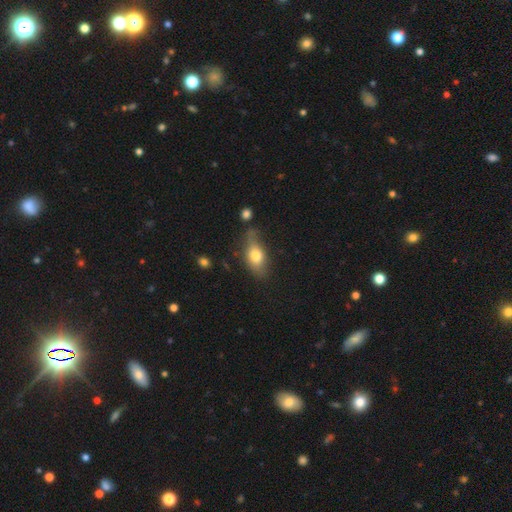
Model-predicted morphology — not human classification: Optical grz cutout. It shows a smooth galaxy with no disk features (70%) that is in between round and cigar-shaped (81%). Merging: none (52%).